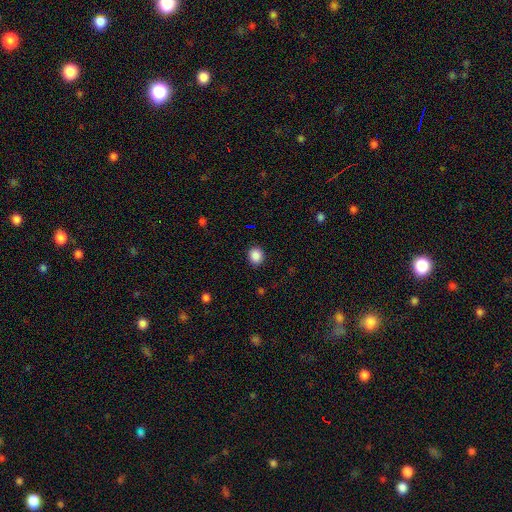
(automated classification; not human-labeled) Smooth or featured? smooth (87%)
How rounded? round (74%)
Merging? none (90%)